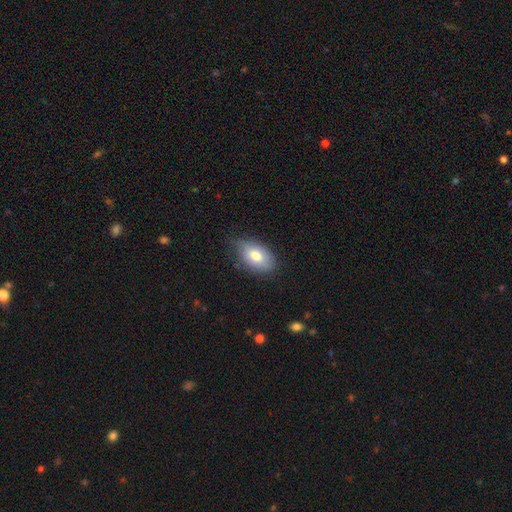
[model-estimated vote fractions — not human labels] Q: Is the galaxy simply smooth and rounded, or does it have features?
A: smooth — 79%.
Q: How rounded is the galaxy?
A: in between — 92%.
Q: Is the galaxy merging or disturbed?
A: none — 70%.